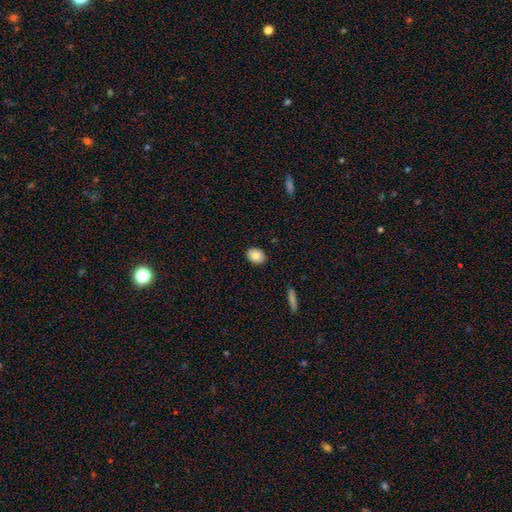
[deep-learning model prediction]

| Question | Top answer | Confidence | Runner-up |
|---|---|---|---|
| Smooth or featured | smooth | 81% | featured or disk (11%) |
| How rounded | in between | 64% | round (35%) |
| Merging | none | 89% | minor disturbance (8%) |